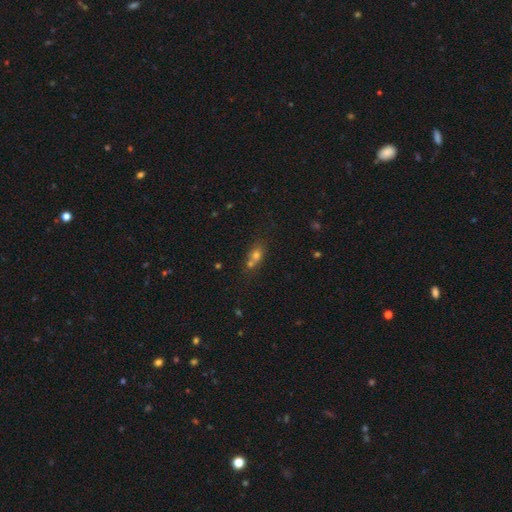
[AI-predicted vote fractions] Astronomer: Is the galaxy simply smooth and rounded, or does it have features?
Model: smooth — 60%.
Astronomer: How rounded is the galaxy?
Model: round — 55% (runner-up: in between, 40%).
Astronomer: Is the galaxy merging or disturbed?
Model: merger — 45% (runner-up: none, 41%).